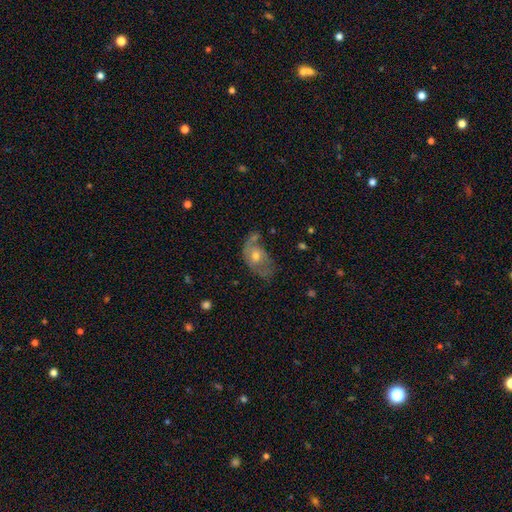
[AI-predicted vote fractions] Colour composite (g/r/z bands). It shows a featured or disk galaxy (54%) with no bar (81%), spiral arms (53%) and a moderate central bulge (62%). Merging: none (33%).